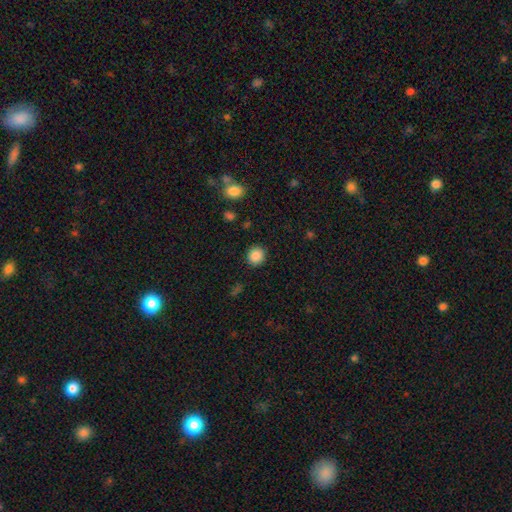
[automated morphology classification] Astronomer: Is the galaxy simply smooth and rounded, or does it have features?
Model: smooth — 87%.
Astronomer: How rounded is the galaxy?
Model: round — 87%.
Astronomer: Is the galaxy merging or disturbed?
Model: none — 90%.